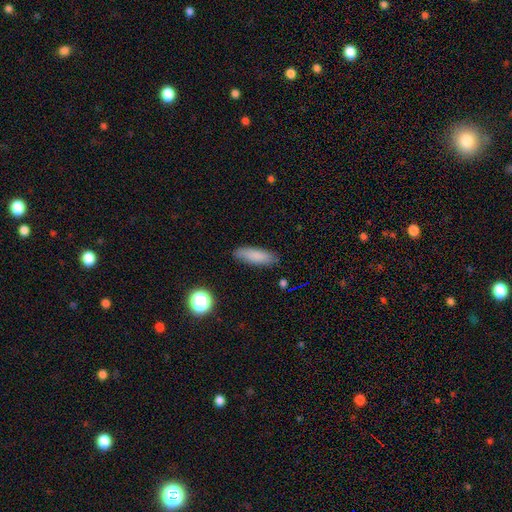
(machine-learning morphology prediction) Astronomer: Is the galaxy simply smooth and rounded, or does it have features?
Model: smooth — 83%.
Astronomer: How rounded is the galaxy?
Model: cigar-shaped — 49% (runner-up: in between, 48%).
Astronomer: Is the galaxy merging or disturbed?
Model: none — 86%.